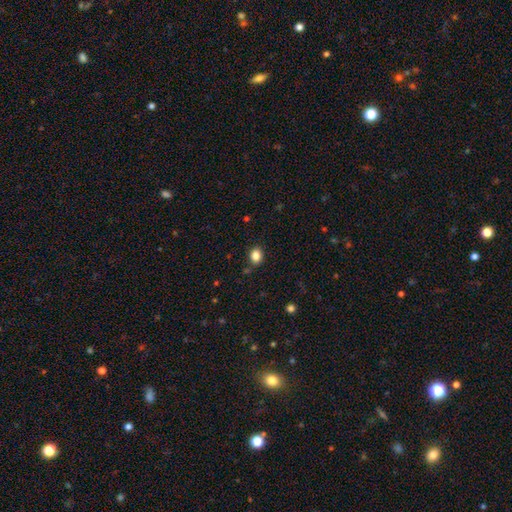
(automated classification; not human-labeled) Smooth or featured: smooth — 84% (star or artifact — 11%)
How rounded: round — 52% (in between — 47%)
Merging: none — 86% (minor disturbance — 9%)